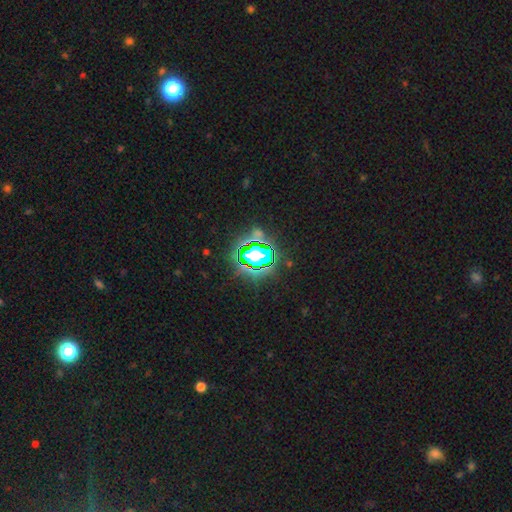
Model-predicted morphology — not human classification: A star or artifact, not a galaxy (75%).